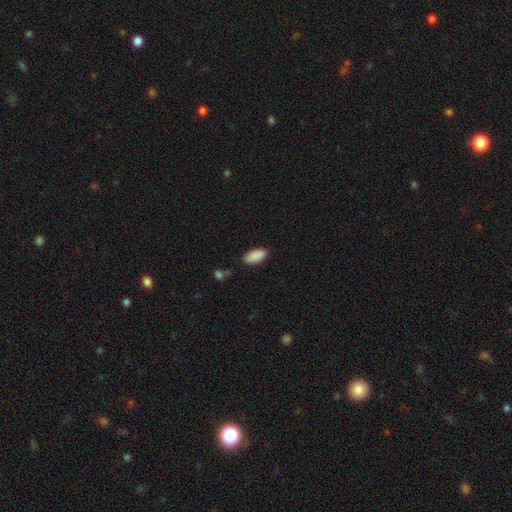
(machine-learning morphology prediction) Smooth or featured? Predicted: smooth (p=0.90). How rounded? Predicted: in between (p=0.94). Merging? Predicted: none (p=0.82).